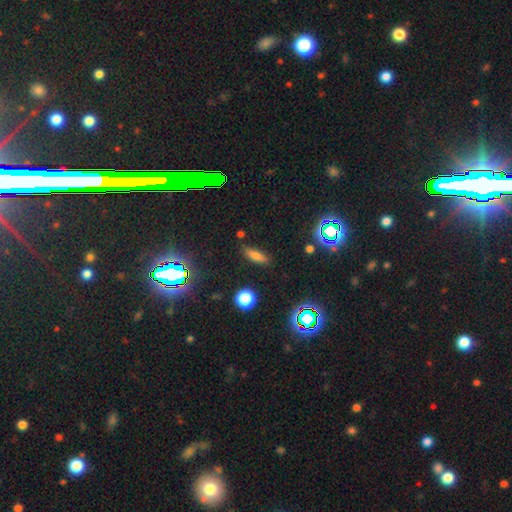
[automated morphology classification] Smooth or featured: smooth — 67% (star or artifact — 21%)
How rounded: in between — 49% (cigar-shaped — 45%)
Merging: none — 84% (minor disturbance — 11%)